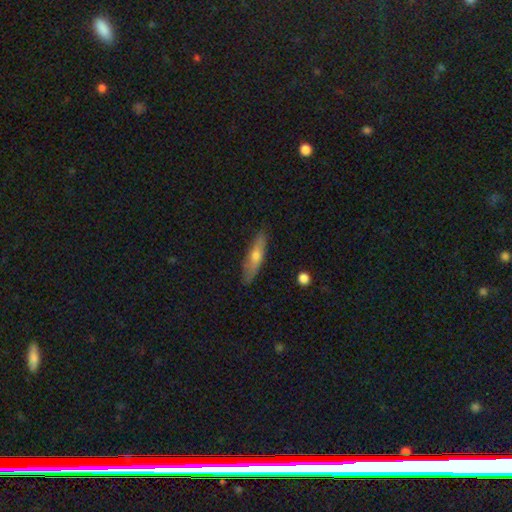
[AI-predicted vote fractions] Q: Smooth or featured?
A: smooth (49%); runner-up: featured or disk (44%)
Q: Merging?
A: none (86%); runner-up: minor disturbance (11%)